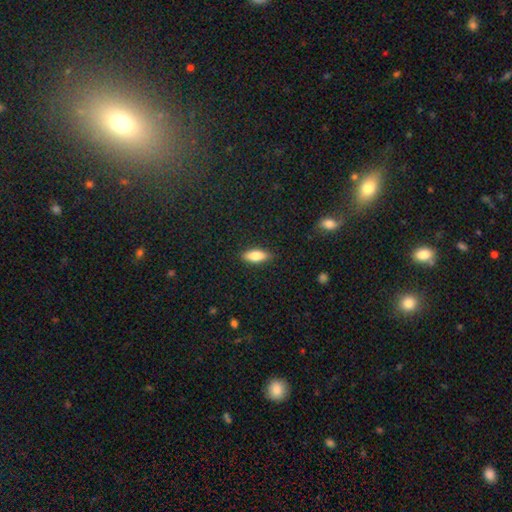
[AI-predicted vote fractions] Smooth or featured? smooth (76%)
How rounded? in between (72%)
Merging? none (88%)